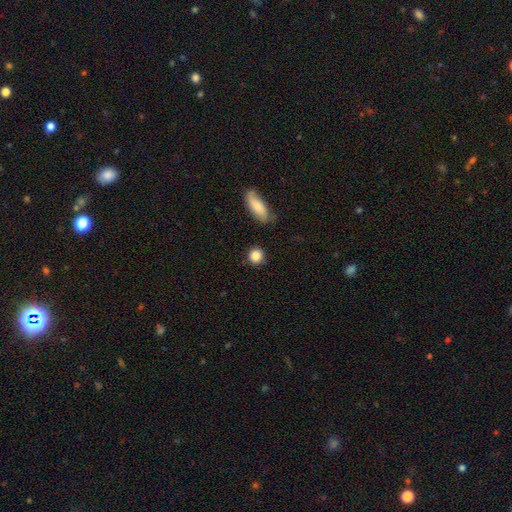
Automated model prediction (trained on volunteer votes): This is clearly a smooth galaxy (87%). How rounded: clearly round (86%). Merging: clearly none (85%).